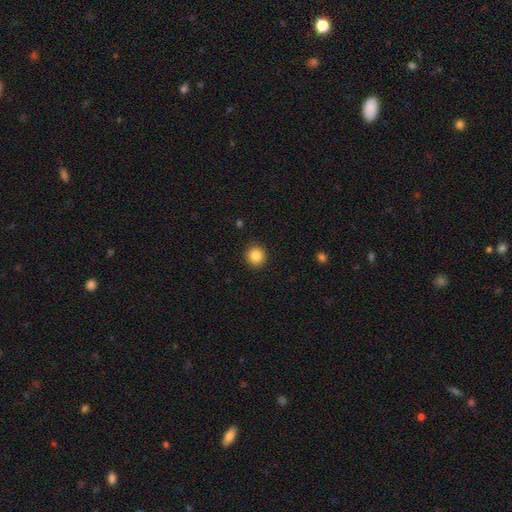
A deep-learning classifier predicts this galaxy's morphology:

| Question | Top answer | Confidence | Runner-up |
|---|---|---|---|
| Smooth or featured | smooth | 86% | star or artifact (10%) |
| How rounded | round | 94% | in between (5%) |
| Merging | none | 92% | minor disturbance (5%) |